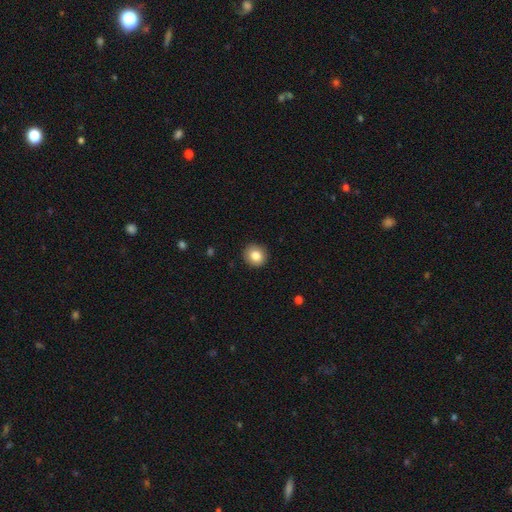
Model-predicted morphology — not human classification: smooth 84%, star or artifact 9%, featured or disk 7%. Down the decision tree: how rounded — round (86%); merging — none (91%).